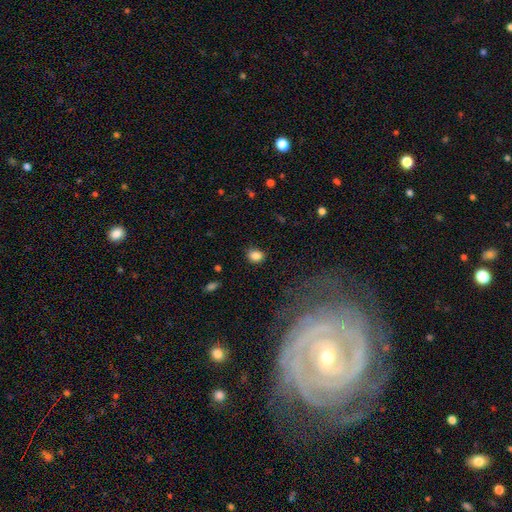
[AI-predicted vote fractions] Smooth or featured? Predicted: smooth (p=0.85). How rounded? Predicted: round (p=0.56). Merging? Predicted: none (p=0.79).